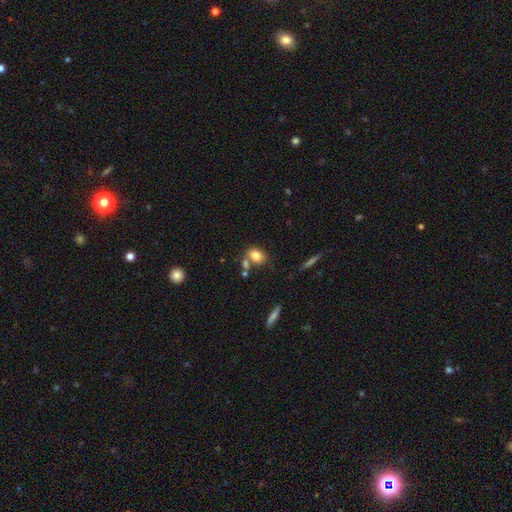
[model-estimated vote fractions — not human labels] smooth_or_featured: smooth (p=0.80) [alt: featured or disk p=0.10]
how_rounded: in between (p=0.78) [alt: round p=0.20]
merging: none (p=0.57) [alt: merger p=0.25]